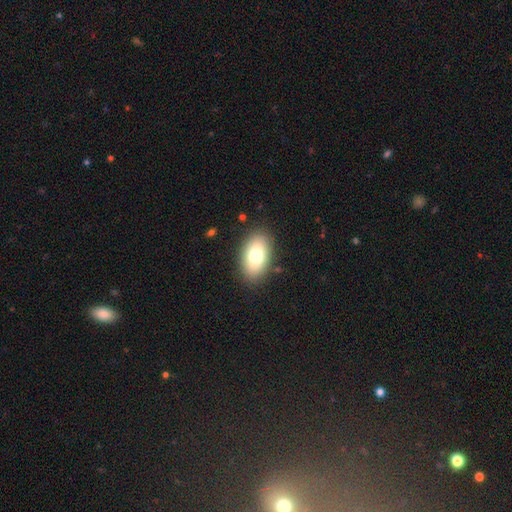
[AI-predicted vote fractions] smooth_or_featured: smooth (p=0.78) [alt: featured or disk p=0.14]
how_rounded: in between (p=0.91) [alt: round p=0.07]
merging: none (p=0.87) [alt: minor disturbance p=0.09]